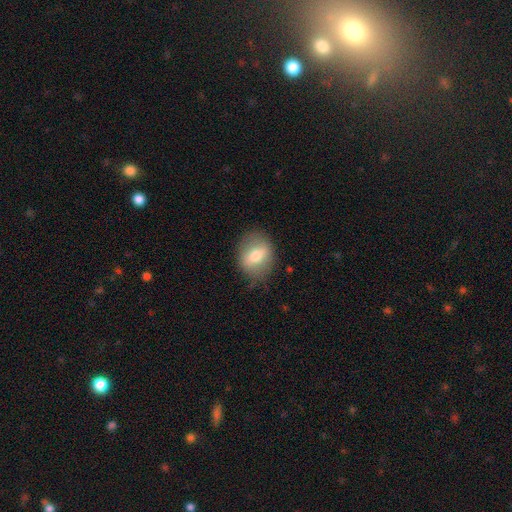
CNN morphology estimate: Smooth or featured?
  - smooth: 62% *
  - featured or disk: 31%
  - star or artifact: 7%
How rounded?
  - in between: 55% *
  - round: 43%
  - cigar-shaped: 2%
Merging?
  - none: 78% *
  - minor disturbance: 16%
  - major disturbance: 5%
  - merger: 1%